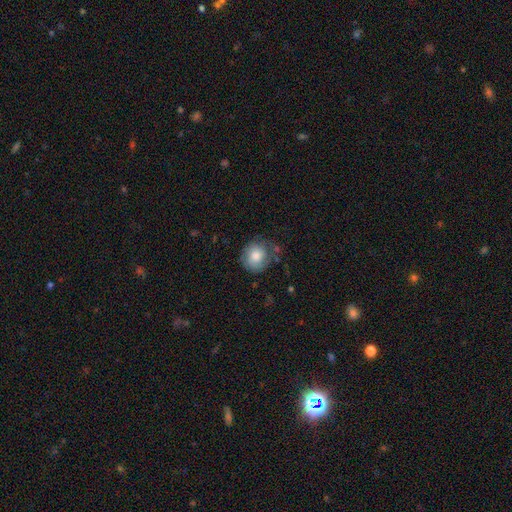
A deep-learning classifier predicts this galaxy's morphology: Overall: smooth (77%). How rounded: round (83%). Merging: none (63%; minor disturbance 25%).